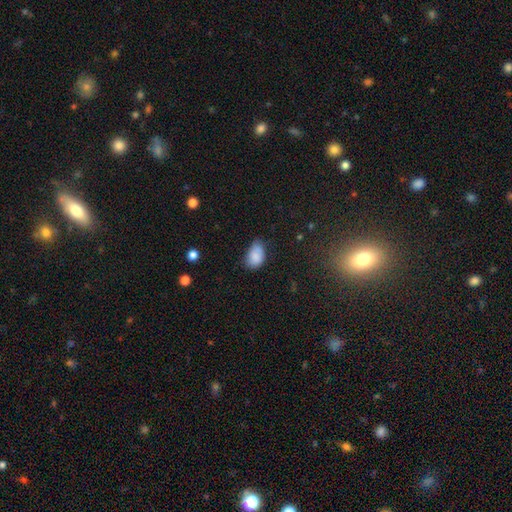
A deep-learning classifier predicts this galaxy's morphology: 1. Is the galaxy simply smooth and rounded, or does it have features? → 84% smooth, 8% star or artifact, 8% featured or disk.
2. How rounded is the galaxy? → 88% in between, 11% round, 1% cigar-shaped.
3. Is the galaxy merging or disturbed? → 51% none, 39% minor disturbance, 7% major disturbance, 2% merger.